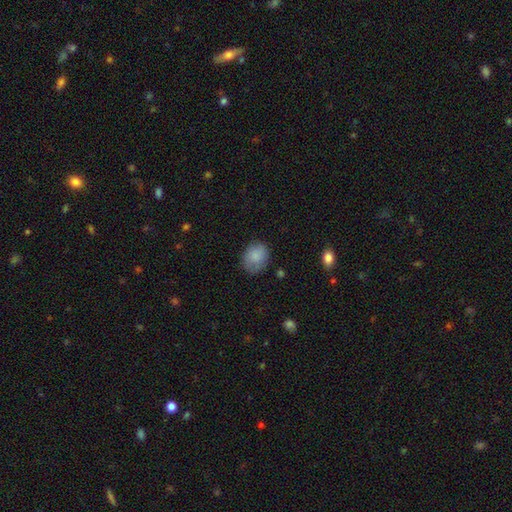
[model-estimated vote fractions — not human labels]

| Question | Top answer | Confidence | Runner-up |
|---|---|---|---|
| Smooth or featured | smooth | 84% | featured or disk (9%) |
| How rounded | round | 52% | in between (48%) |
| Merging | none | 73% | minor disturbance (20%) |